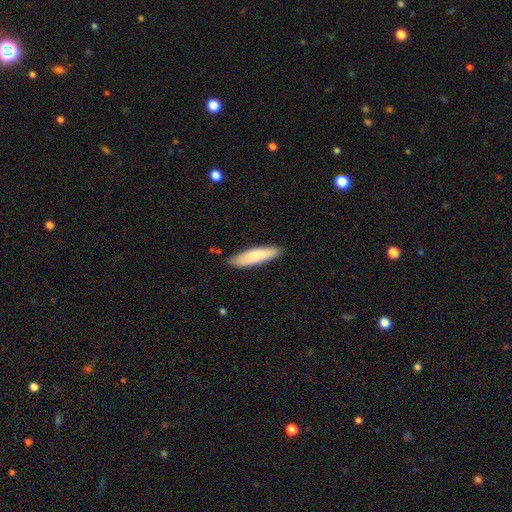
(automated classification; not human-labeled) Q: Smooth or featured?
A: smooth (81%); runner-up: featured or disk (14%)
Q: How rounded?
A: cigar-shaped (71%); runner-up: in between (28%)
Q: Merging?
A: none (87%); runner-up: minor disturbance (10%)